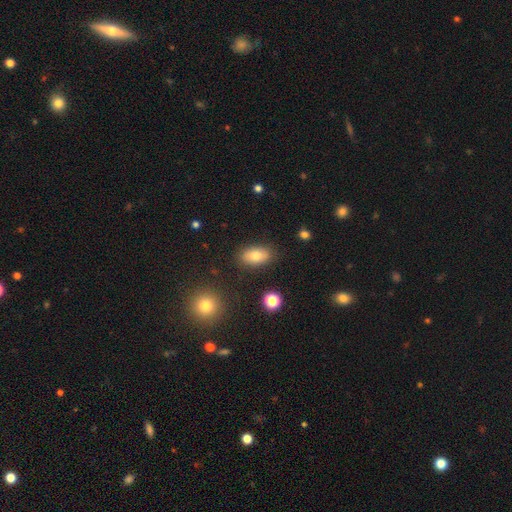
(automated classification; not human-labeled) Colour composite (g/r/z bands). It shows a smooth galaxy with no disk features (76%) that is in between round and cigar-shaped (89%). Merging: none (85%).